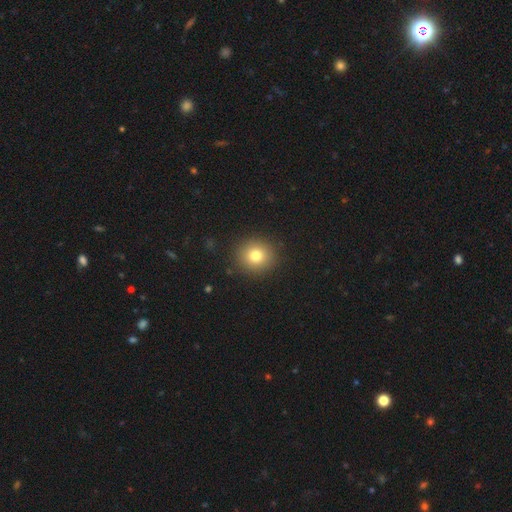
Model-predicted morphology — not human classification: smooth-or-featured: smooth: 79% | star or artifact: 12% | featured or disk: 9%
  how-rounded: round: 87% | in between: 12% | cigar-shaped: 1%
  merging: none: 90% | minor disturbance: 6% | major disturbance: 2% | merger: 1%